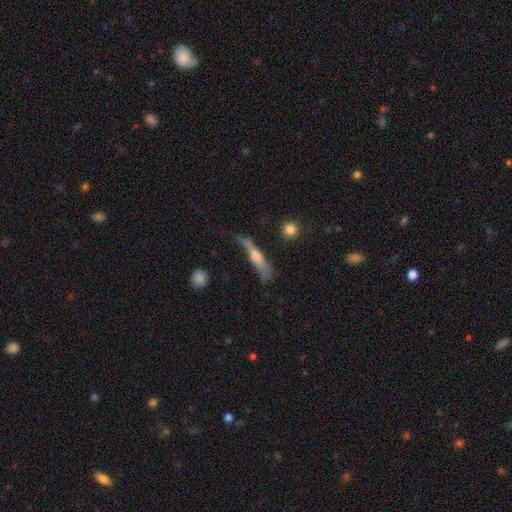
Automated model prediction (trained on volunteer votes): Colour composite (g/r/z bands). It shows a smooth galaxy with no disk features (47%). Merging: none (43%).